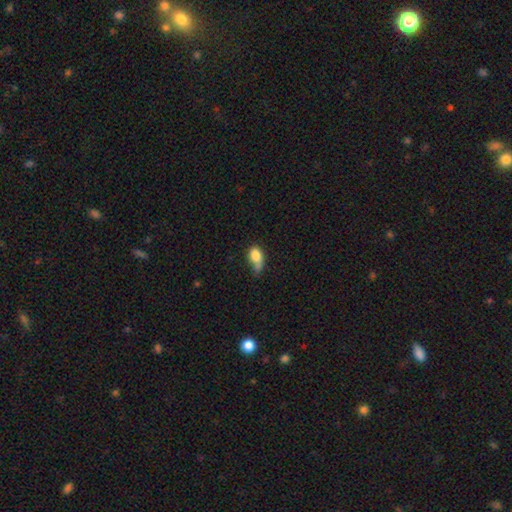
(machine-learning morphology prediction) Smooth or featured?
  - smooth: 78% *
  - featured or disk: 13%
  - star or artifact: 8%
How rounded?
  - in between: 78% *
  - round: 18%
  - cigar-shaped: 4%
Merging?
  - minor disturbance: 32% *
  - major disturbance: 28%
  - none: 27%
  - merger: 12%